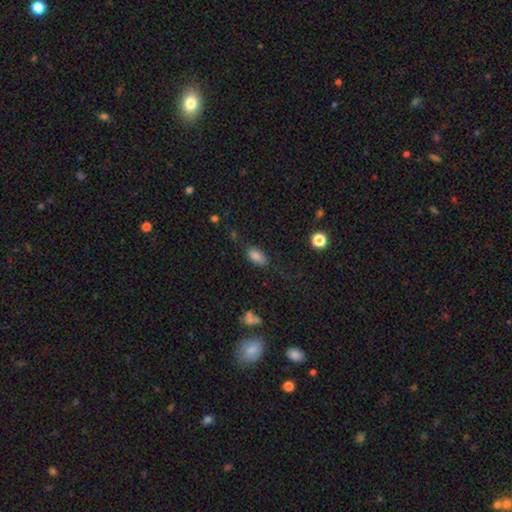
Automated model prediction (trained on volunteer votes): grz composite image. It shows a smooth galaxy with no disk features (82%) that is in between round and cigar-shaped (88%). Merging: none (71%).